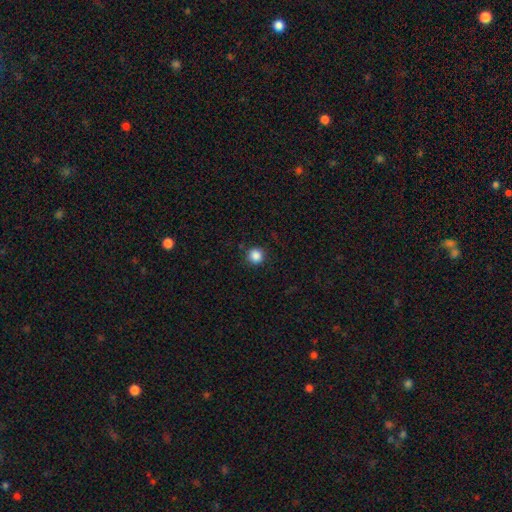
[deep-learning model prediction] smooth-or-featured: smooth: 87% | star or artifact: 11% | featured or disk: 3%
  how-rounded: round: 94% | in between: 5% | cigar-shaped: 1%
  merging: none: 89% | minor disturbance: 8% | major disturbance: 2% | merger: 1%